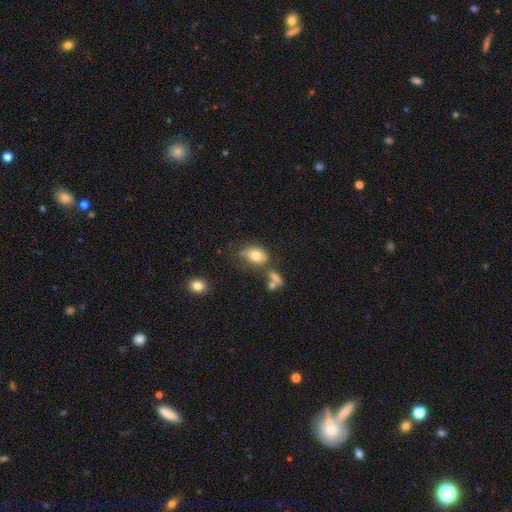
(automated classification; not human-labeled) Smooth or featured: smooth — 73% (featured or disk — 17%)
How rounded: in between — 80% (round — 17%)
Merging: none — 45% (minor disturbance — 27%)